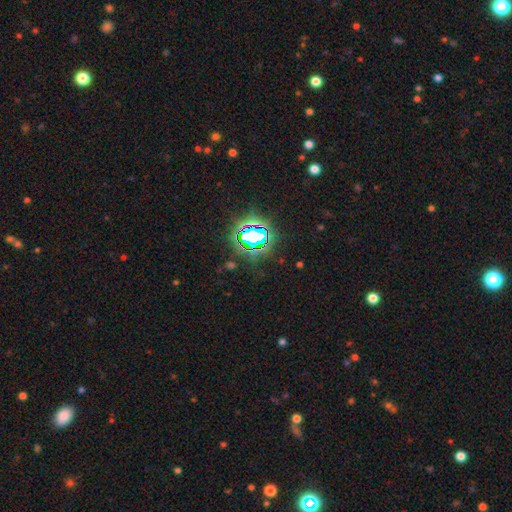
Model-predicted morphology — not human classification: This appears to be a star or artifact, not a galaxy (84%).